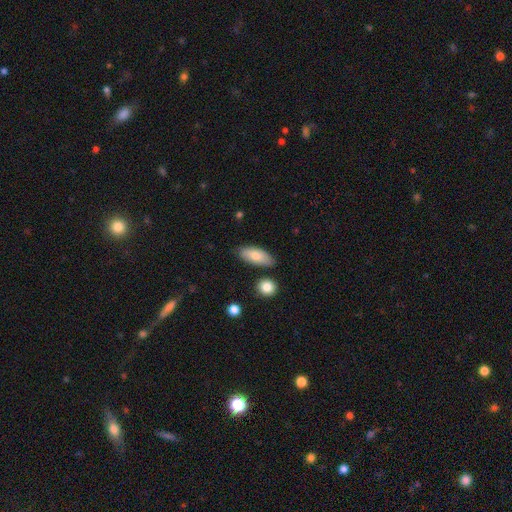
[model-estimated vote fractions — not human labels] This is likely a smooth galaxy (78%). How rounded: clearly in between (84%). Merging: likely none (75%).